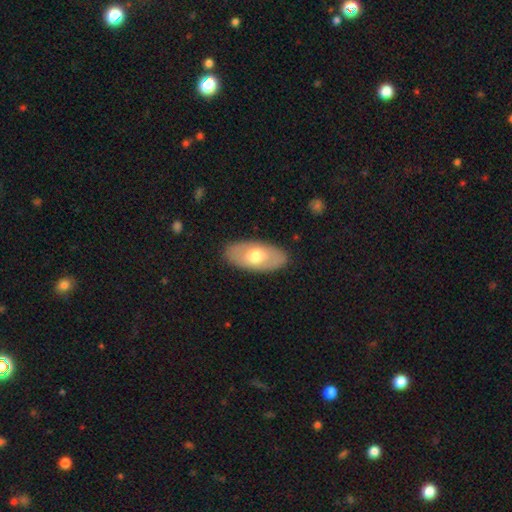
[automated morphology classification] A smooth galaxy with no disk features (57%) that is in between round and cigar-shaped (93%).

Vote fractions:
- Smooth or featured? smooth: 57% / featured or disk: 38% / star or artifact: 5%
- How rounded? in between: 93% / cigar-shaped: 4% / round: 4%
- Merging? none: 87% / minor disturbance: 10% / major disturbance: 3% / merger: 1%